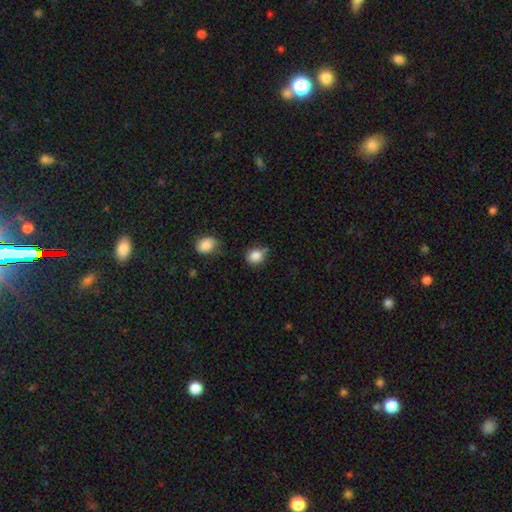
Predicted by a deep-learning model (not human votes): Smooth or featured?
  - smooth: 85% *
  - star or artifact: 9%
  - featured or disk: 5%
How rounded?
  - round: 78% *
  - in between: 21%
  - cigar-shaped: 1%
Merging?
  - none: 62% *
  - minor disturbance: 26%
  - merger: 7%
  - major disturbance: 6%